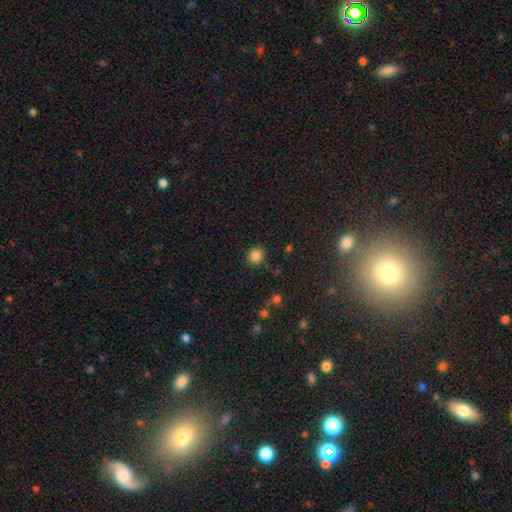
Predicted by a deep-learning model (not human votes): Smooth or featured?
  - smooth: 84% *
  - star or artifact: 12%
  - featured or disk: 4%
How rounded?
  - round: 86% *
  - in between: 13%
  - cigar-shaped: 1%
Merging?
  - none: 84% *
  - minor disturbance: 10%
  - major disturbance: 3%
  - merger: 3%